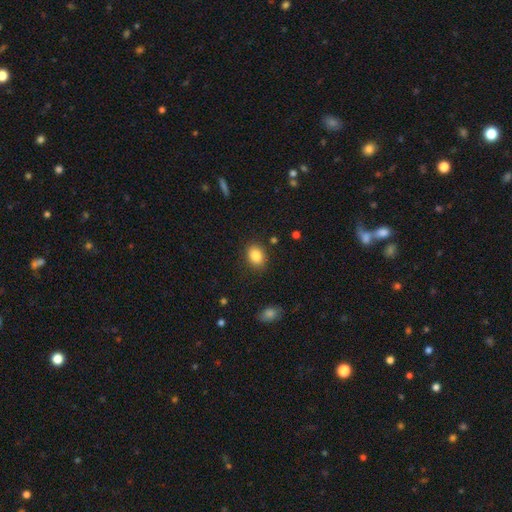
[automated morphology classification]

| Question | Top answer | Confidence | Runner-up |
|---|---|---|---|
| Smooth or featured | smooth | 86% | star or artifact (9%) |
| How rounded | in between | 63% | round (36%) |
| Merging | none | 86% | minor disturbance (10%) |